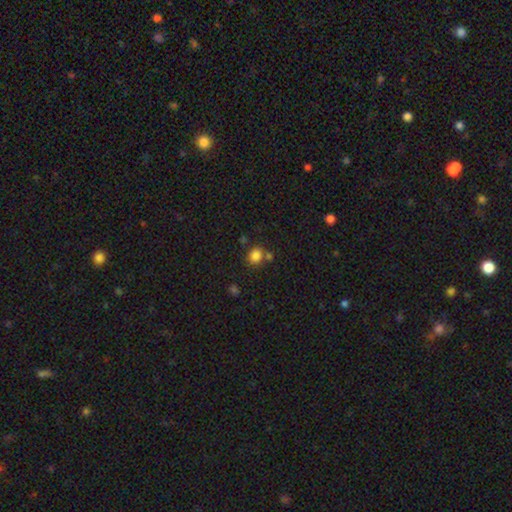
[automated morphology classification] Overall: smooth (83%). How rounded: round (71%). Merging: none (68%).